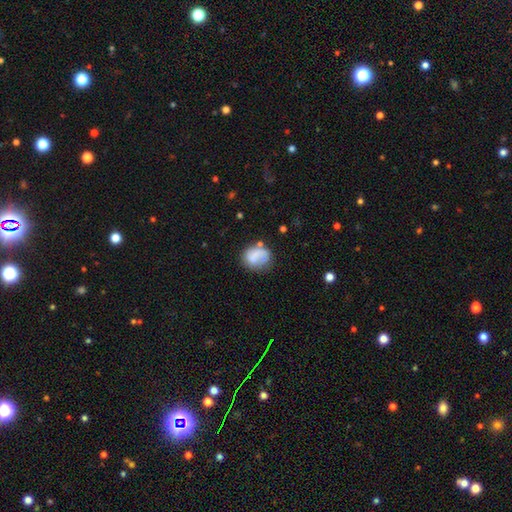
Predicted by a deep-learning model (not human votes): This appears to be a smooth galaxy with no disk features (69%) that is round (60%). Merging: none (53%).